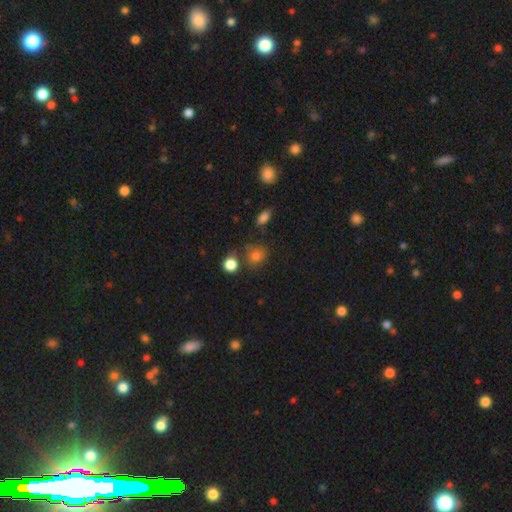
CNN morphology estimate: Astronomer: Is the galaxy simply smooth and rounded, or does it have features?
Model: smooth — 79%.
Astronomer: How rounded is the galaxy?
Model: round — 76%.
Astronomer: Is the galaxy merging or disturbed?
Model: none — 66%.